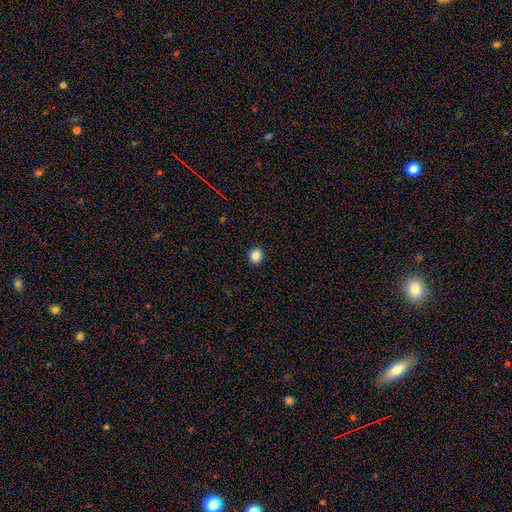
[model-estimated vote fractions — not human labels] Smooth or featured? smooth (85%)
How rounded? round (86%)
Merging? none (93%)